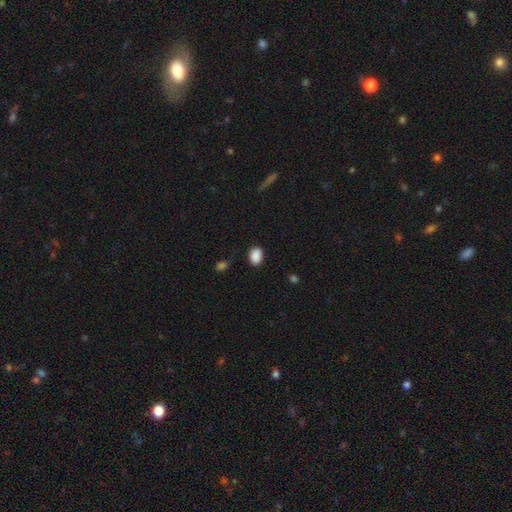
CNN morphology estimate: smooth_or_featured: smooth (p=0.89) [alt: star or artifact p=0.08]
how_rounded: in between (p=0.76) [alt: round p=0.23]
merging: none (p=0.82) [alt: minor disturbance p=0.13]